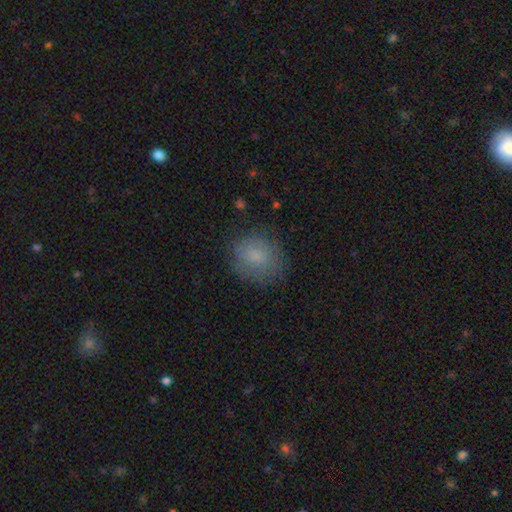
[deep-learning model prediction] Smooth or featured? Predicted: smooth (p=0.80). How rounded? Predicted: round (p=0.72). Merging? Predicted: none (p=0.77).